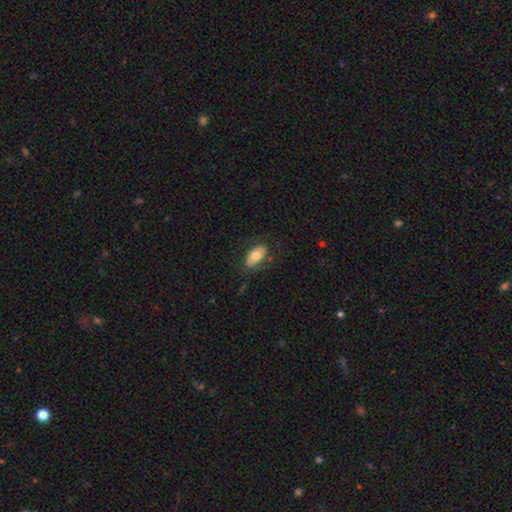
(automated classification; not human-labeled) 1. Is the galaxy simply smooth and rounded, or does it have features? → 70% smooth, 23% featured or disk, 6% star or artifact.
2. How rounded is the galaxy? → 93% in between, 4% round, 3% cigar-shaped.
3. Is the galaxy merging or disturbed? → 77% none, 15% minor disturbance, 6% major disturbance, 1% merger.